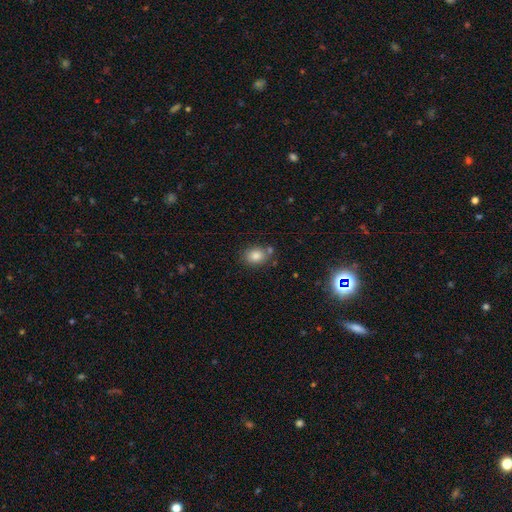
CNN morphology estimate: type=smooth (84%); roundness=in between (51%); merging=none (71%).